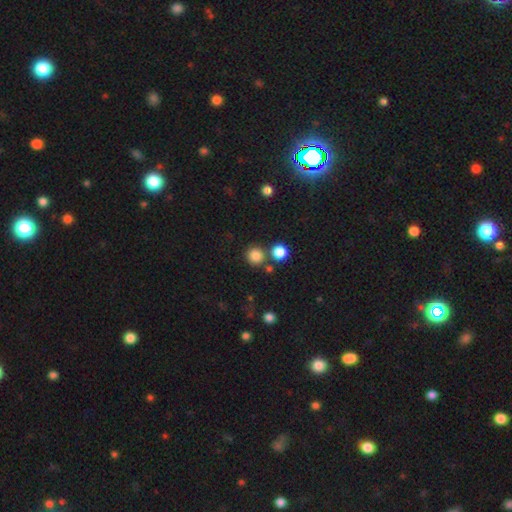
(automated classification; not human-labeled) The model was most divided on "merging": none: 76%, merger: 14%, minor disturbance: 7%, major disturbance: 3%. More confident: how rounded — round (92%); smooth or featured — smooth (82%).